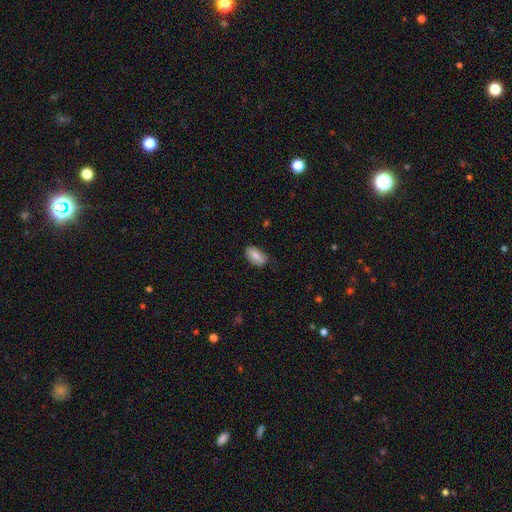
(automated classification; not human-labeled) Smooth or featured? smooth (74%)
How rounded? in between (92%)
Merging? none (79%)